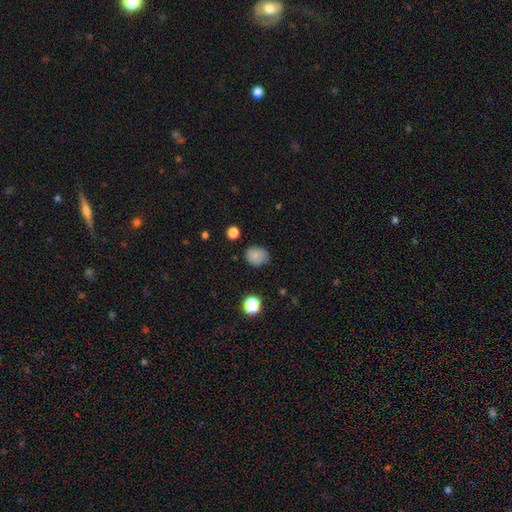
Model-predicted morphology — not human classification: The model was most divided on "how rounded": round: 64%, in between: 35%, cigar-shaped: 1%. More confident: smooth or featured — smooth (82%); merging — none (77%).